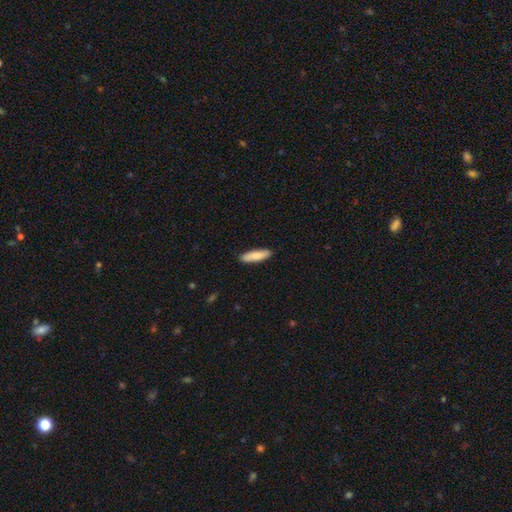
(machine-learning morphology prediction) smooth-or-featured: smooth: 82% | featured or disk: 13% | star or artifact: 5%
  how-rounded: cigar-shaped: 68% | in between: 30% | round: 2%
  merging: none: 90% | minor disturbance: 7% | major disturbance: 1% | merger: 1%